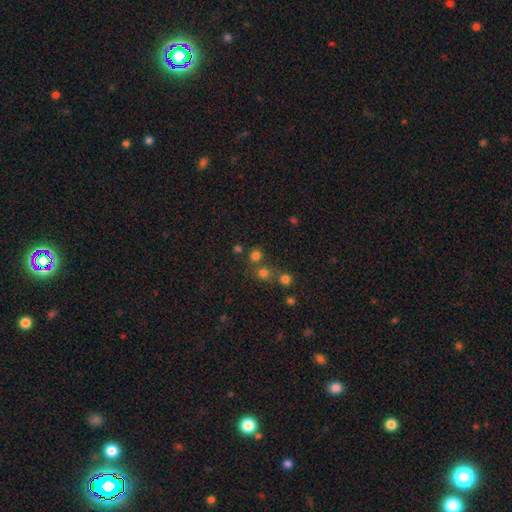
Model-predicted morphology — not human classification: A smooth galaxy with no disk features (71%) that is round (85%).

Vote fractions:
- Smooth or featured? smooth: 71% / star or artifact: 22% / featured or disk: 7%
- How rounded? round: 85% / in between: 14% / cigar-shaped: 1%
- Merging? none: 67% / merger: 22% / minor disturbance: 8% / major disturbance: 3%